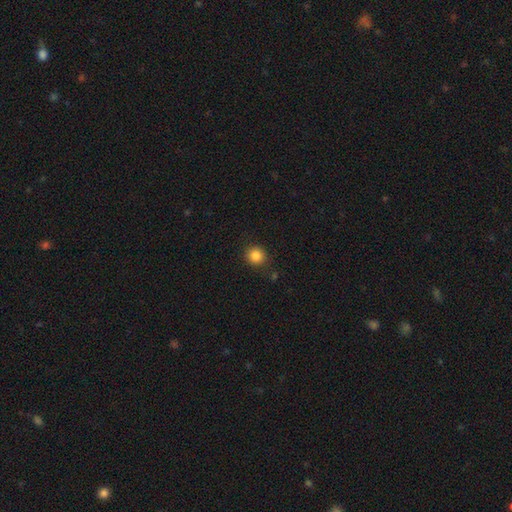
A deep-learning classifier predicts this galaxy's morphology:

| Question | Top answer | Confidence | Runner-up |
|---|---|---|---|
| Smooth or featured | smooth | 85% | star or artifact (11%) |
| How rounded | round | 89% | in between (10%) |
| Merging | none | 88% | minor disturbance (8%) |